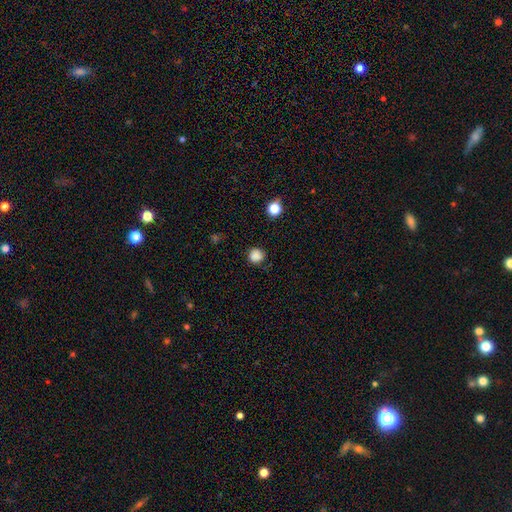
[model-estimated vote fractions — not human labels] Overall: smooth (84%). How rounded: round (91%). Merging: none (81%).